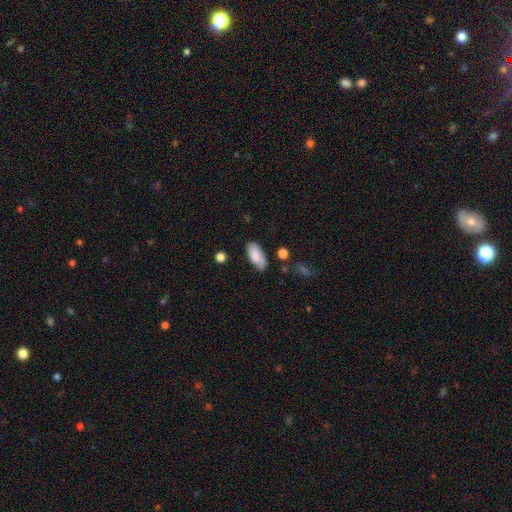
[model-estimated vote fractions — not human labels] smooth 81%, featured or disk 12%, star or artifact 7%. Down the decision tree: how rounded — in between (90%); merging — none (68%).